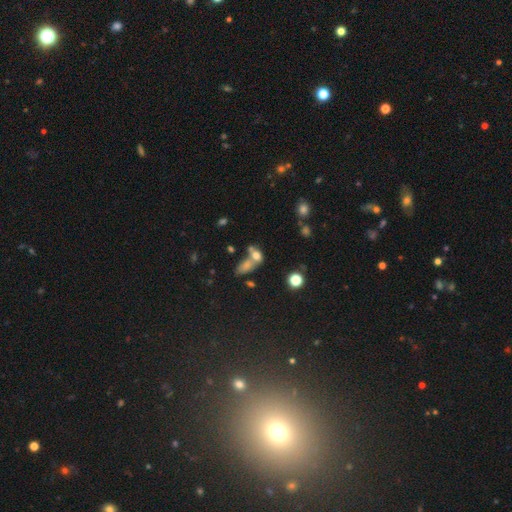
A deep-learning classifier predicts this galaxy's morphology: A smooth galaxy with no disk features (68%) that is in between round and cigar-shaped (69%). Merging: merger (50%).